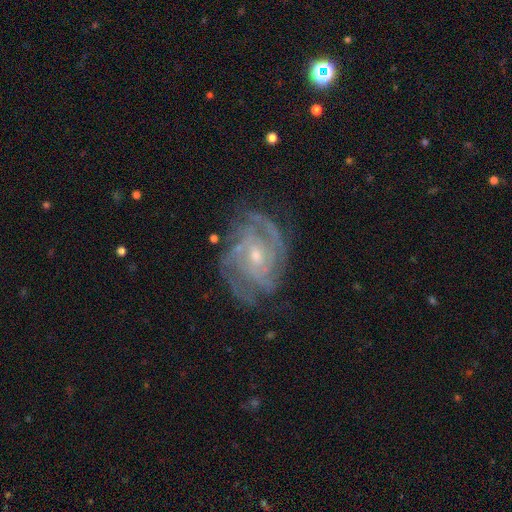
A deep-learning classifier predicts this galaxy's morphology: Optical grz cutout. It shows a featured or disk galaxy (89%) with no bar (54%), 3 (30%) tight (61%) spiral arms (97%) and a small central bulge (54%). Merging: none (70%).